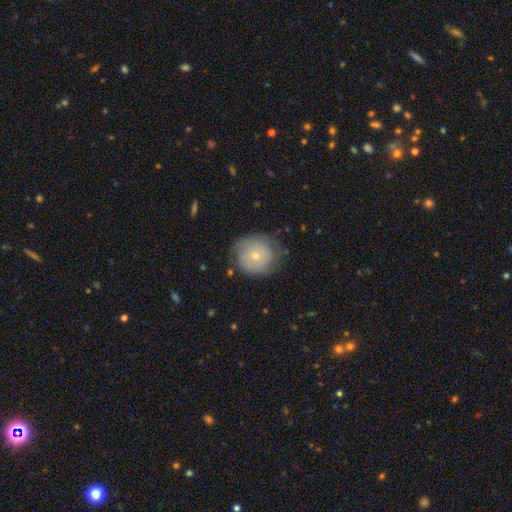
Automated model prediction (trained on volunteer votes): smooth_or_featured: smooth (p=0.47) [alt: featured or disk p=0.46]
merging: none (p=0.68) [alt: minor disturbance p=0.22]